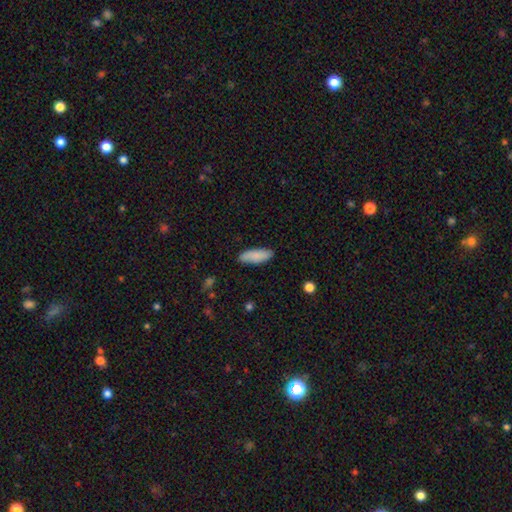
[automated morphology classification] smooth_or_featured: smooth (p=0.84) [alt: featured or disk p=0.10]
how_rounded: in between (p=0.67) [alt: cigar-shaped p=0.32]
merging: none (p=0.85) [alt: minor disturbance p=0.12]